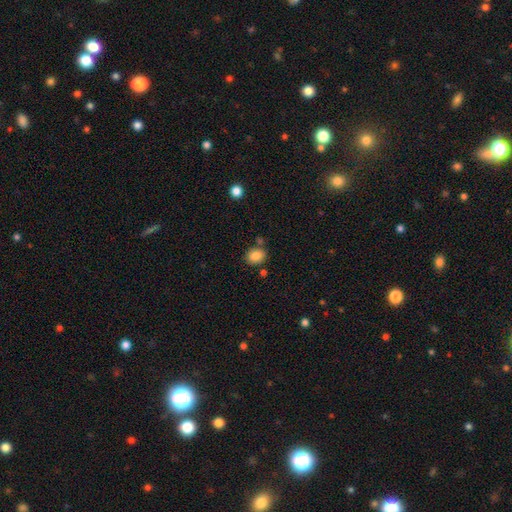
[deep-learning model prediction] Smooth or featured?
  - smooth: 84% *
  - star or artifact: 10%
  - featured or disk: 6%
How rounded?
  - round: 55% *
  - in between: 44%
  - cigar-shaped: 1%
Merging?
  - none: 77% *
  - minor disturbance: 12%
  - merger: 8%
  - major disturbance: 3%